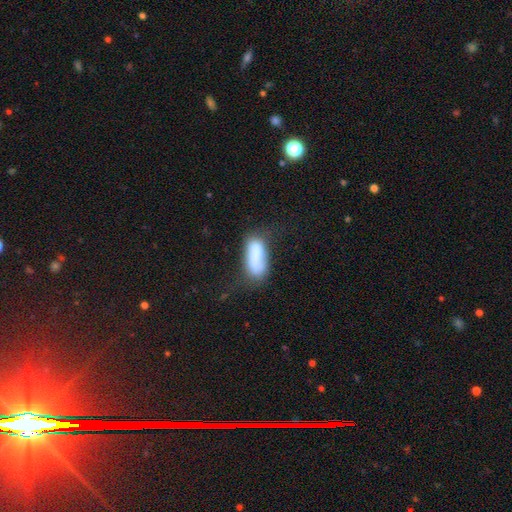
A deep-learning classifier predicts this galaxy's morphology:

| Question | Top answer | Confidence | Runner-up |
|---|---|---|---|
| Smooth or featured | smooth | 75% | featured or disk (17%) |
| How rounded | in between | 80% | cigar-shaped (18%) |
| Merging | none | 46% | minor disturbance (29%) |